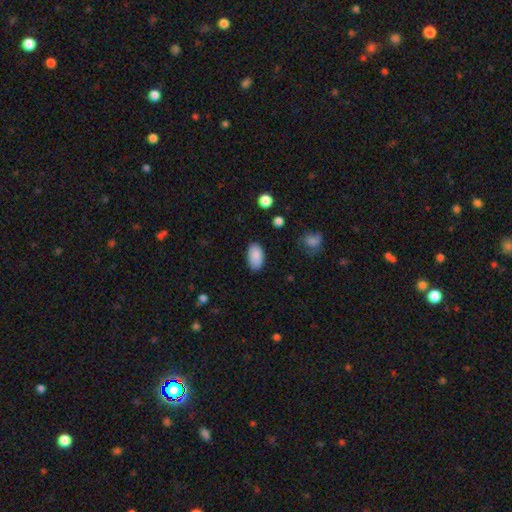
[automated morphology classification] smooth-or-featured: smooth: 89% | star or artifact: 7% | featured or disk: 4%
  how-rounded: in between: 95% | round: 4% | cigar-shaped: 1%
  merging: none: 85% | minor disturbance: 11% | major disturbance: 3% | merger: 1%